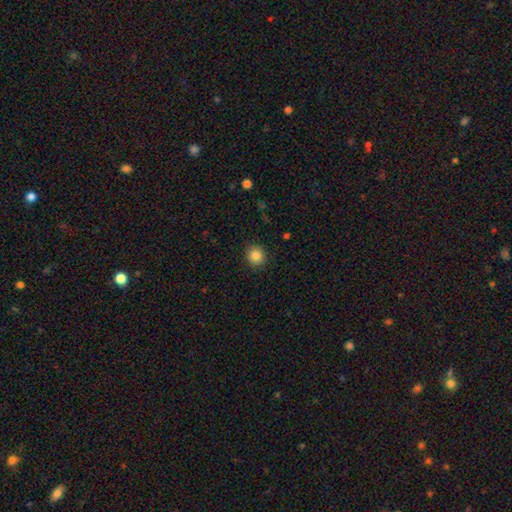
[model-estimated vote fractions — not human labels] smooth 85%, star or artifact 10%, featured or disk 5%. Down the decision tree: how rounded — round (84%); merging — none (90%).